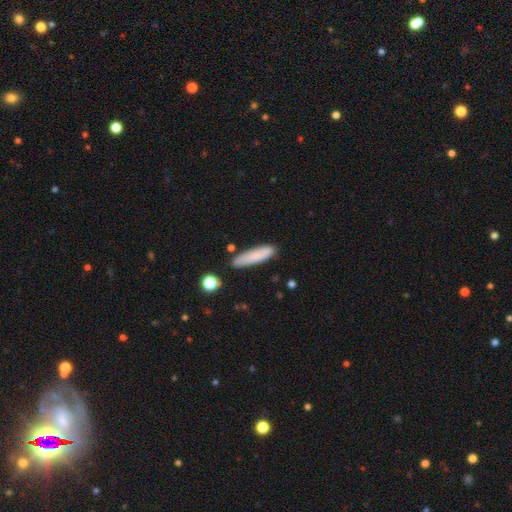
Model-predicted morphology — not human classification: A smooth galaxy with no disk features (79%) that is cigar-shaped (78%). Merging: none (81%).